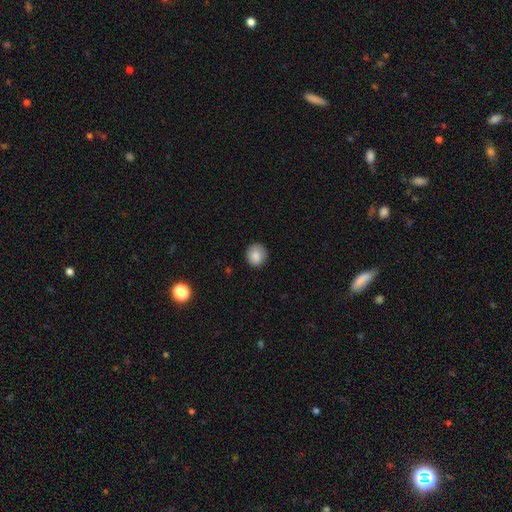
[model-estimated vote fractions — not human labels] Q: Smooth or featured?
A: smooth (84%); runner-up: star or artifact (8%)
Q: How rounded?
A: round (86%); runner-up: in between (13%)
Q: Merging?
A: none (86%); runner-up: minor disturbance (10%)